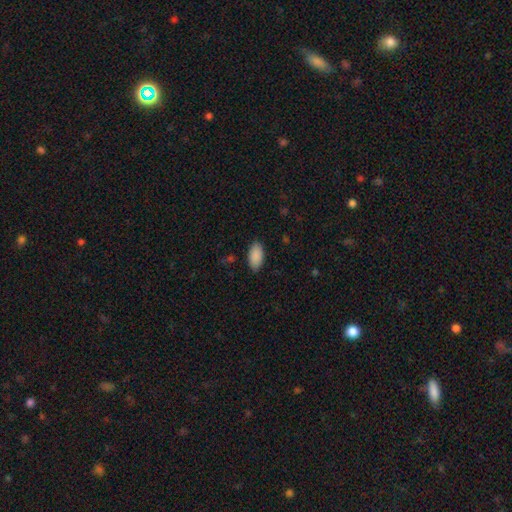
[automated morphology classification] Smooth or featured? smooth (90%)
How rounded? in between (95%)
Merging? none (87%)